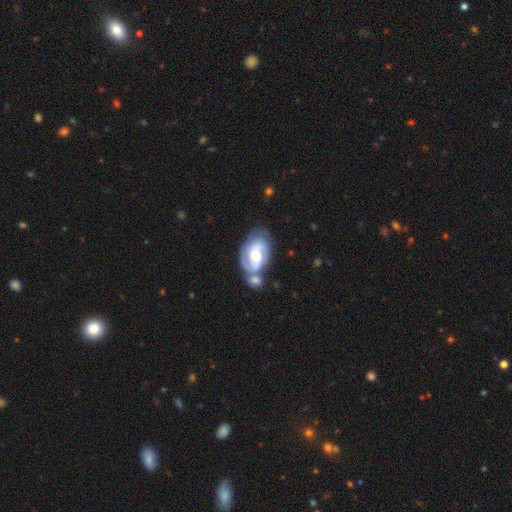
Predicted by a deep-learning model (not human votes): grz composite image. It shows a featured or disk galaxy (77%) with a weak bar (44%), 2 (69%) medium (44%) spiral arms (91%) and a moderate central bulge (65%). Merging: merger (39%).